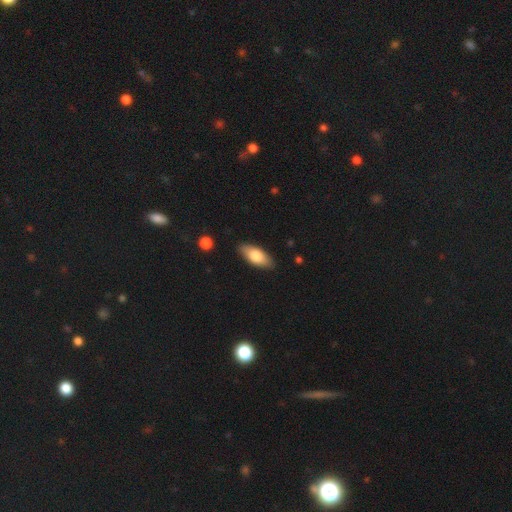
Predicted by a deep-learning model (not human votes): Smooth or featured? smooth (76%)
How rounded? in between (85%)
Merging? none (86%)